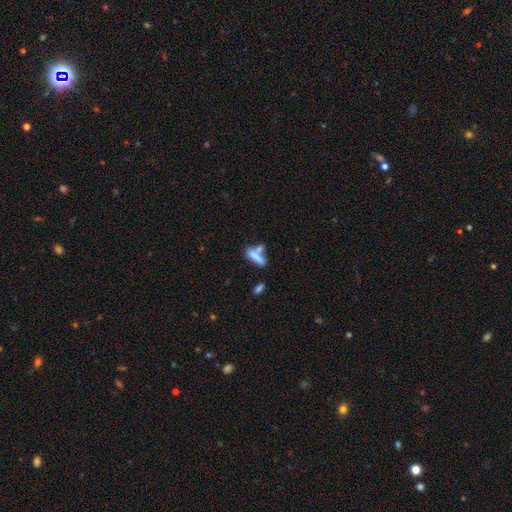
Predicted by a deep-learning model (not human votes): A smooth galaxy with no disk features (73%) that is cigar-shaped (57%). Merging: merger (42%).